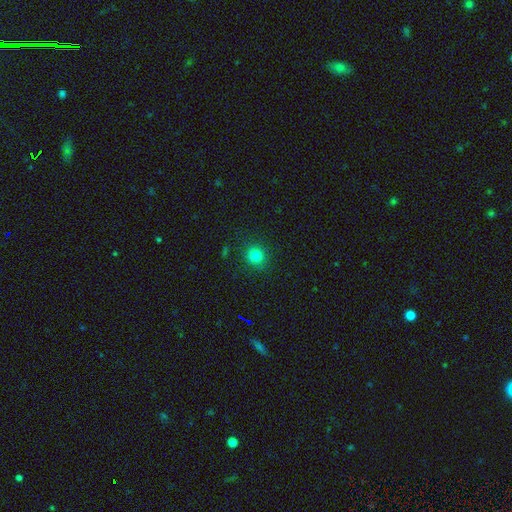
Q: Smooth or featured?
A: smooth (80%); runner-up: star or artifact (12%)
Q: How rounded?
A: round (78%); runner-up: in between (19%)
Q: Merging?
A: none (80%); runner-up: minor disturbance (17%)